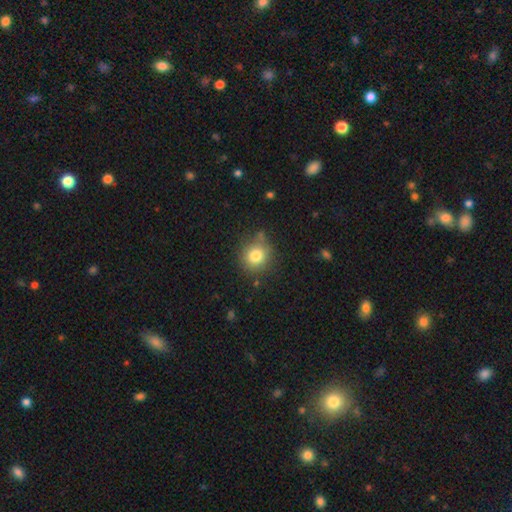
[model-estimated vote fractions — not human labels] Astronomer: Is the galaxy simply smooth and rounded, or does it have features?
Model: smooth — 80%.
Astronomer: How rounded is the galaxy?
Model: round — 88%.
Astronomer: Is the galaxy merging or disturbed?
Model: none — 78%.